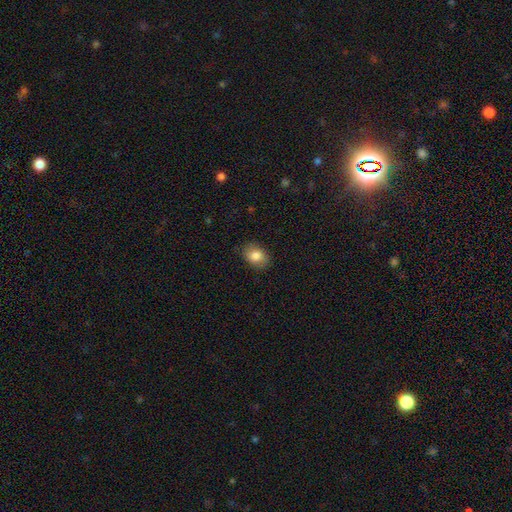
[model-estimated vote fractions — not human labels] smooth-or-featured: smooth: 83% | featured or disk: 9% | star or artifact: 8%
  how-rounded: in between: 72% | round: 27% | cigar-shaped: 1%
  merging: none: 83% | minor disturbance: 13% | major disturbance: 3% | merger: 1%